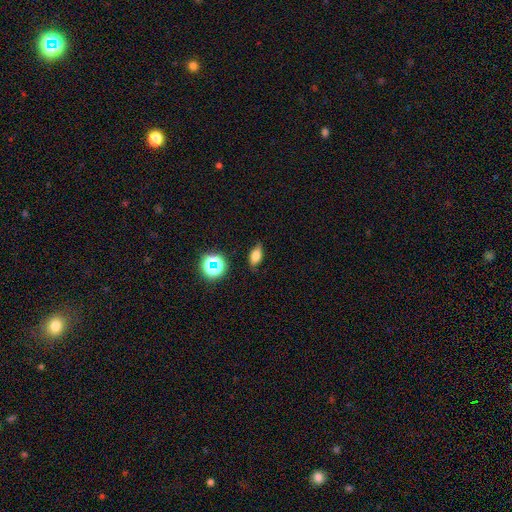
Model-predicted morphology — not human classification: smooth 72%, star or artifact 14%, featured or disk 14%. Down the decision tree: how rounded — in between (81%); merging — none (80%).